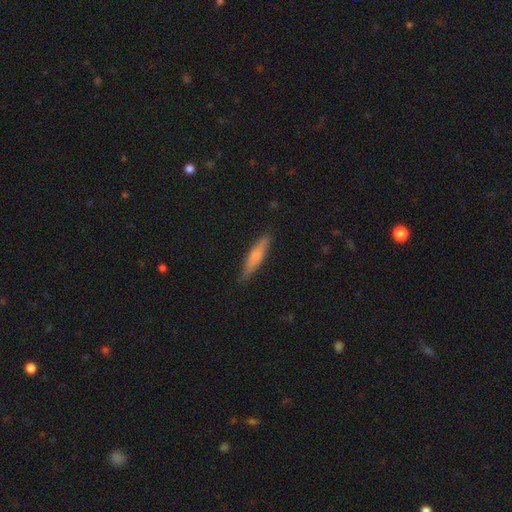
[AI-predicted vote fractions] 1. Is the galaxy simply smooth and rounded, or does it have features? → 65% smooth, 29% featured or disk, 6% star or artifact.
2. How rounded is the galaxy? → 83% cigar-shaped, 15% in between, 2% round.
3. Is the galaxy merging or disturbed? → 86% none, 11% minor disturbance, 2% major disturbance, 1% merger.